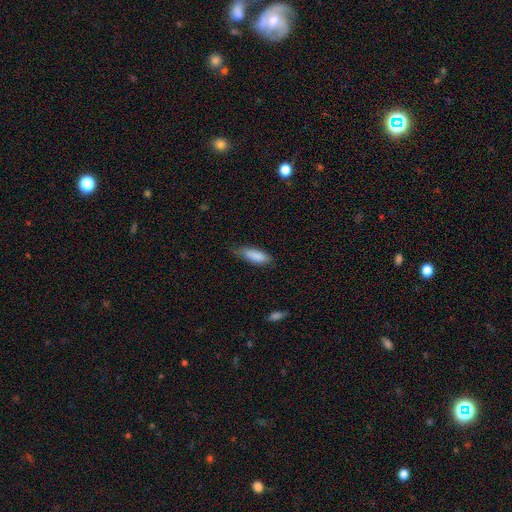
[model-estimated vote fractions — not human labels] Smooth or featured? smooth (87%)
How rounded? in between (68%)
Merging? none (62%)